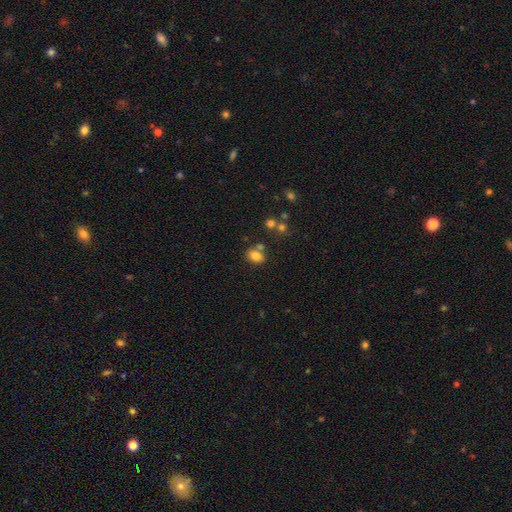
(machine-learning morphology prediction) smooth 80%, star or artifact 12%, featured or disk 8%. Down the decision tree: how rounded — in between (68%); merging — none (67%).